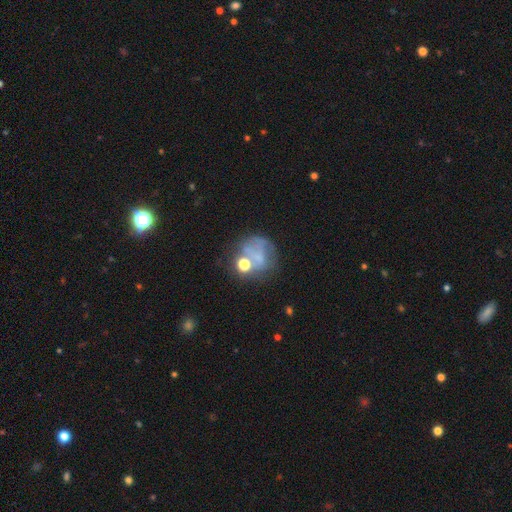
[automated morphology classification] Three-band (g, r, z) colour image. It shows a smooth galaxy with no disk features (43%). Merging: none (43%).